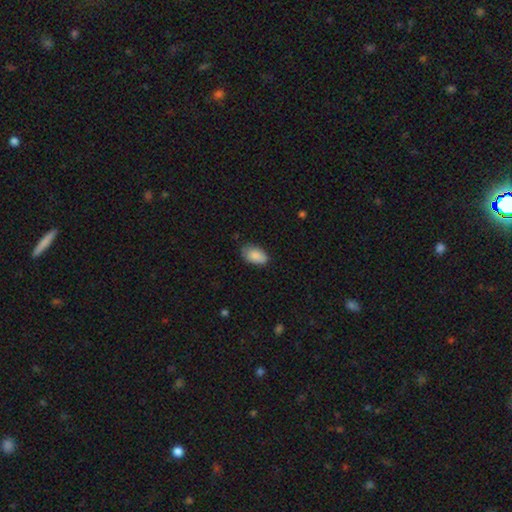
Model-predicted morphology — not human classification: smooth 87%, star or artifact 7%, featured or disk 6%. Down the decision tree: how rounded — in between (92%); merging — none (70%).